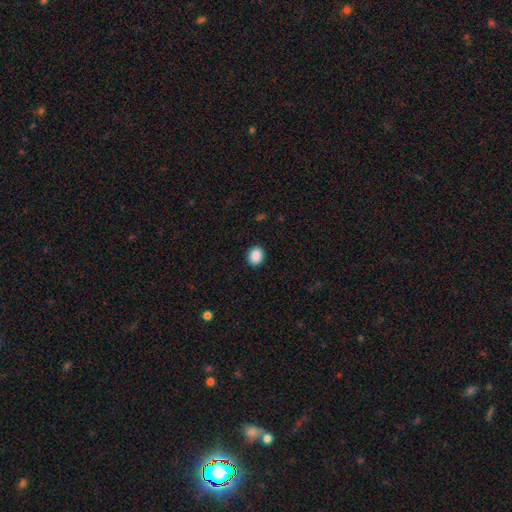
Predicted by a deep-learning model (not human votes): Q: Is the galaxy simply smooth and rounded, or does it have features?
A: smooth — 89%.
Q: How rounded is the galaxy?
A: round — 56%.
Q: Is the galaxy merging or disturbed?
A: none — 91%.